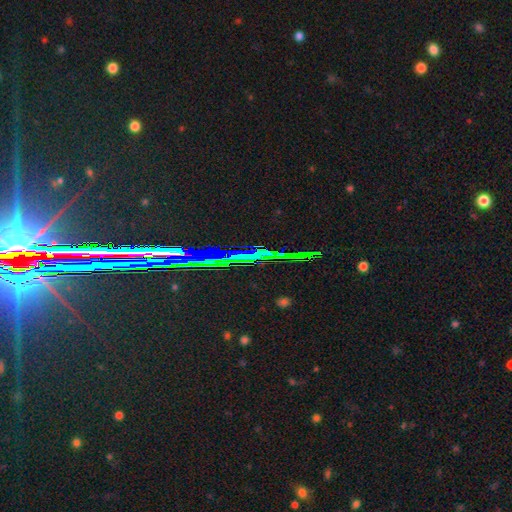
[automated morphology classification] smooth-or-featured: star or artifact: 82% | featured or disk: 11% | smooth: 7%